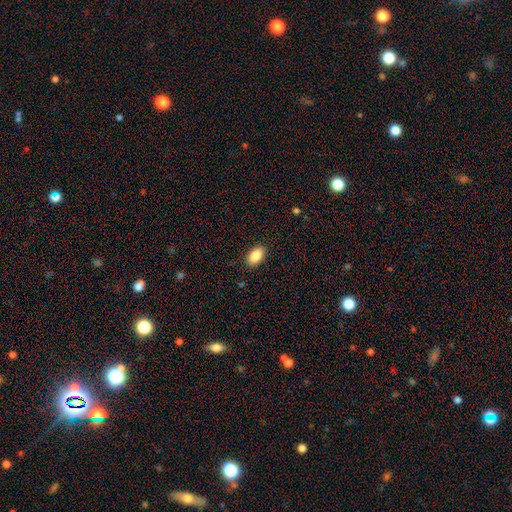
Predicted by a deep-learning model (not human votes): This appears to be a smooth galaxy with no disk features (87%) that is in between round and cigar-shaped (93%). Merging: none (88%).